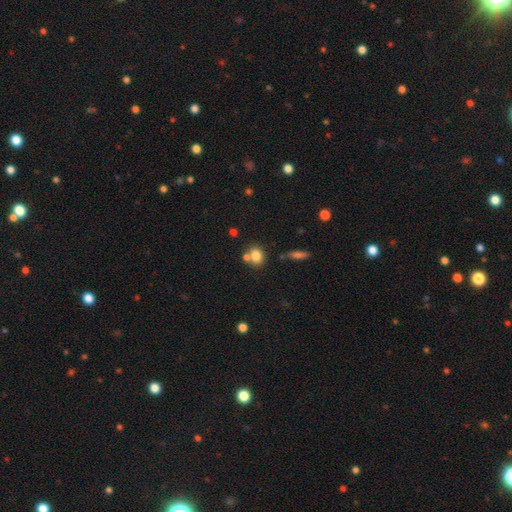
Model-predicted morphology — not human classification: A smooth galaxy with no disk features (80%) that is round (61%). Merging: none (58%).